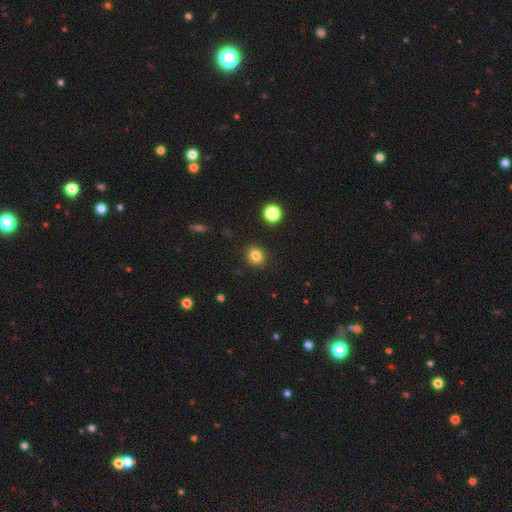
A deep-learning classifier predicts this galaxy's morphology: The model was most divided on "how rounded": round: 75%, in between: 24%, cigar-shaped: 1%. More confident: merging — none (89%); smooth or featured — smooth (82%).